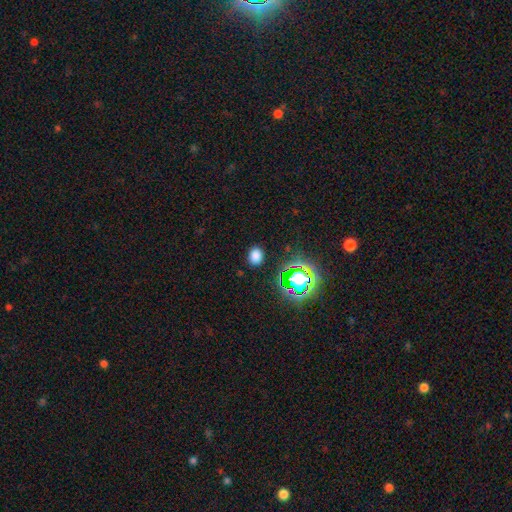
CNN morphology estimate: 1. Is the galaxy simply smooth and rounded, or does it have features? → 74% smooth, 21% star or artifact, 5% featured or disk.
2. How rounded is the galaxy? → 53% in between, 45% round, 1% cigar-shaped.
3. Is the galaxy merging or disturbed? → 87% none, 9% minor disturbance, 3% major disturbance, 2% merger.